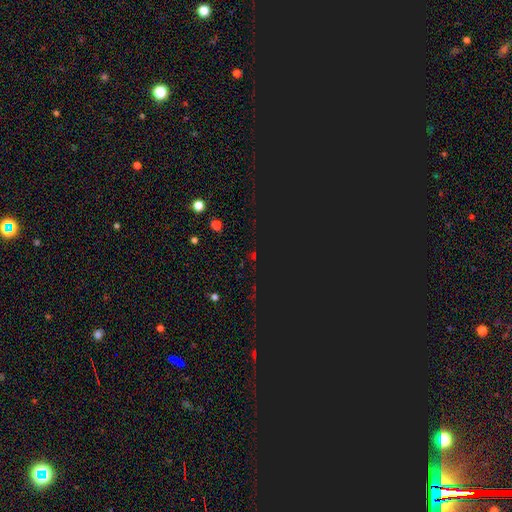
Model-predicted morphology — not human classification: type=star or artifact (74%).